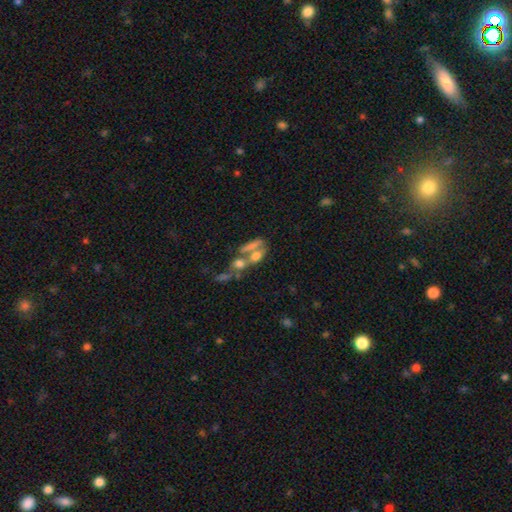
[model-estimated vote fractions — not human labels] smooth_or_featured: smooth (p=0.55) [alt: featured or disk p=0.31]
how_rounded: in between (p=0.66) [alt: round p=0.17]
merging: merger (p=0.59) [alt: none p=0.22]